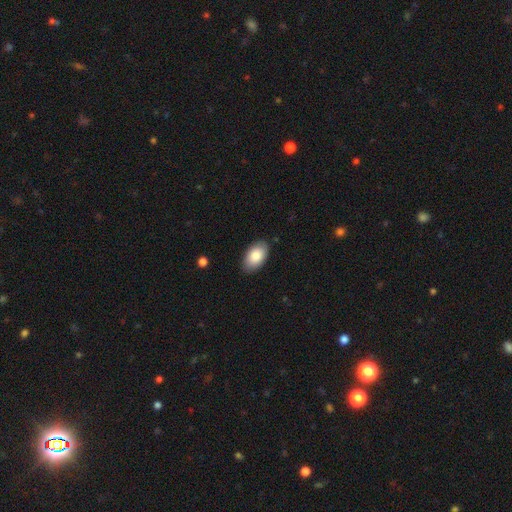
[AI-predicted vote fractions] The model was most divided on "merging": none: 86%, minor disturbance: 11%, major disturbance: 2%, merger: 1%. More confident: how rounded — in between (94%); smooth or featured — smooth (85%).